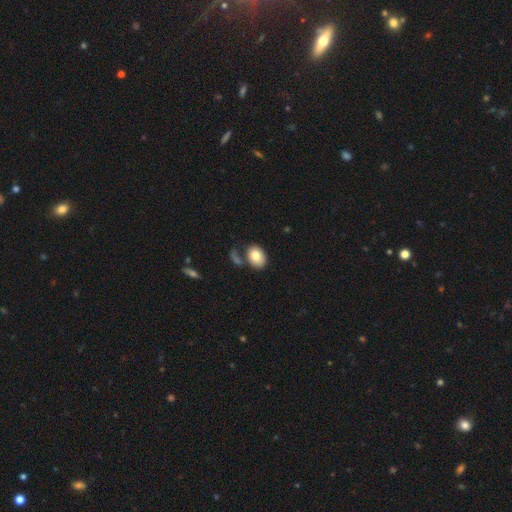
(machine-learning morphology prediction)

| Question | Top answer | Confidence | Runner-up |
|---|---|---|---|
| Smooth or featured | smooth | 80% | featured or disk (12%) |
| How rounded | in between | 81% | round (18%) |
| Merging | none | 59% | merger (18%) |